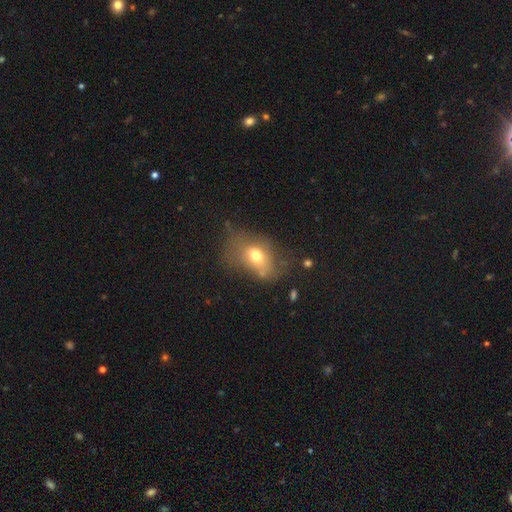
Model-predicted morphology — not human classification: Smooth or featured? Predicted: smooth (p=0.66). How rounded? Predicted: in between (p=0.74). Merging? Predicted: none (p=0.42).